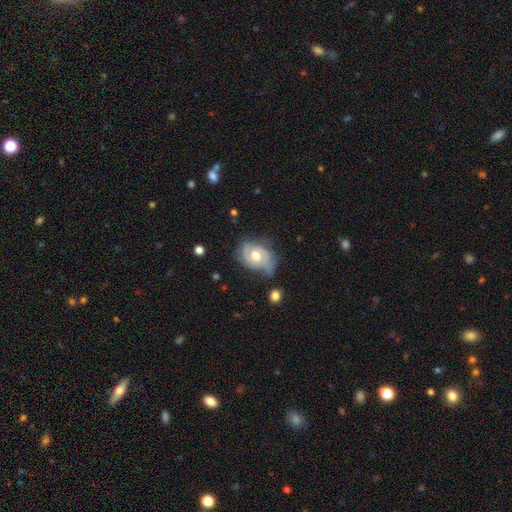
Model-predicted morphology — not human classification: type=featured or disk (78%); edge-on=no (97%); bar=no (63%); spiral arms=yes (91%); winding=tight (46%); arm count=2 (73%); bulge=moderate (75%); merging=none (55%).